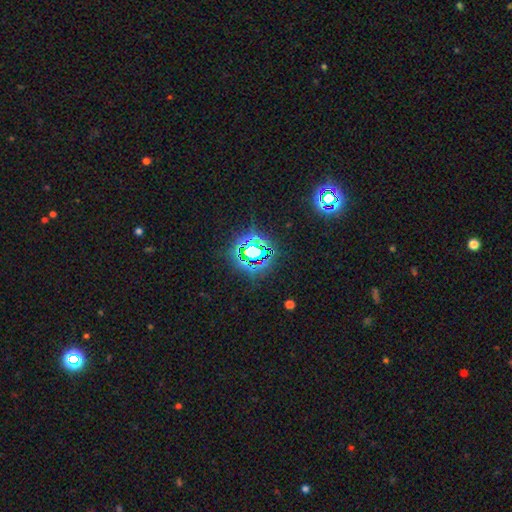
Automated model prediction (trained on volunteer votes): Morphology: type=star or artifact (74%).